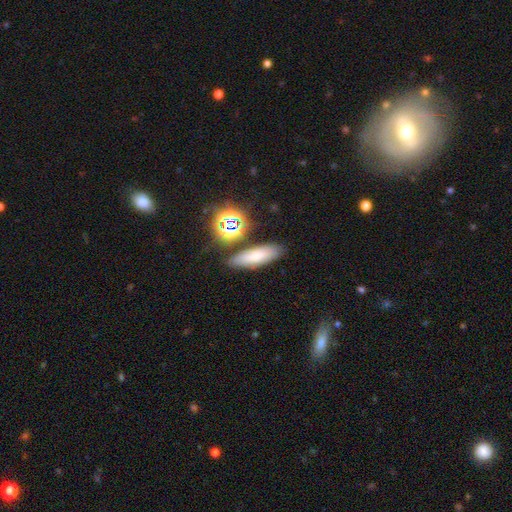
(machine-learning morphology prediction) This appears to be a smooth galaxy with no disk features (66%) that is cigar-shaped (48%). Merging: none (80%).